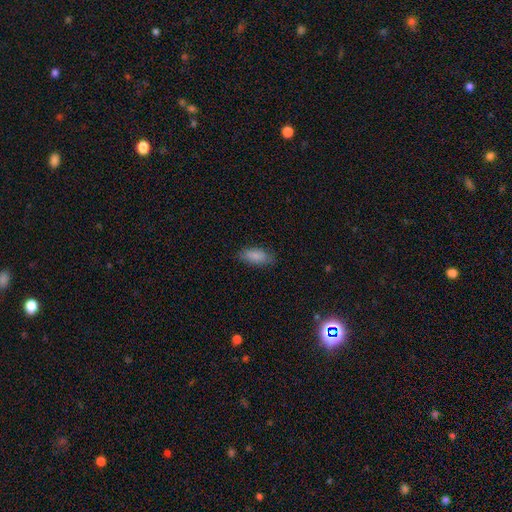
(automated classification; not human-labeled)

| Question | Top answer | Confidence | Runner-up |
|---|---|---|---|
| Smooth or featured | smooth | 86% | featured or disk (8%) |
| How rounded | in between | 86% | cigar-shaped (12%) |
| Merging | none | 80% | minor disturbance (15%) |